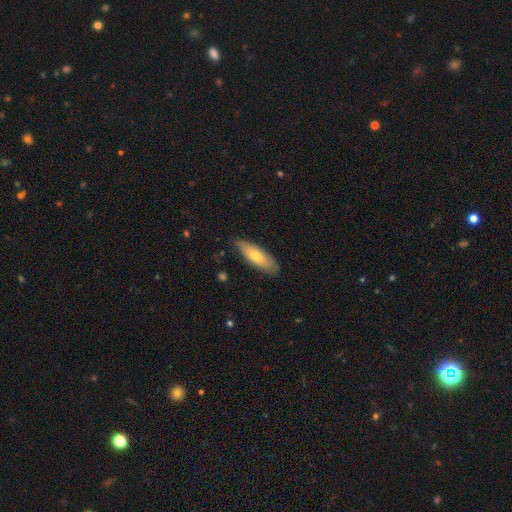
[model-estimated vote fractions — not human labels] smooth-or-featured: smooth: 63% | featured or disk: 31% | star or artifact: 6%
  how-rounded: cigar-shaped: 51% | in between: 47% | round: 2%
  merging: none: 83% | minor disturbance: 14% | major disturbance: 2% | merger: 1%